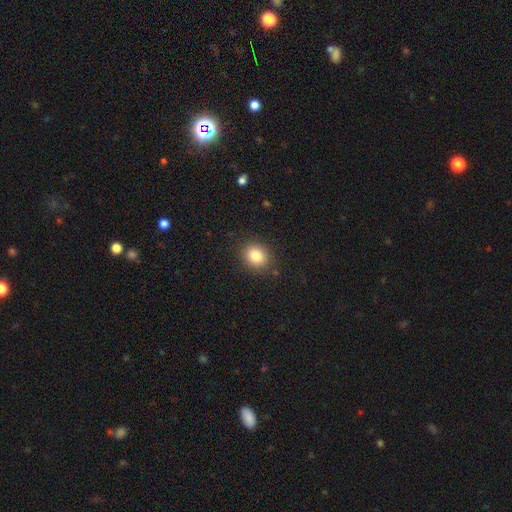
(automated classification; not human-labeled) smooth_or_featured: smooth (p=0.82) [alt: star or artifact p=0.11]
how_rounded: round (p=0.70) [alt: in between p=0.29]
merging: none (p=0.89) [alt: minor disturbance p=0.08]